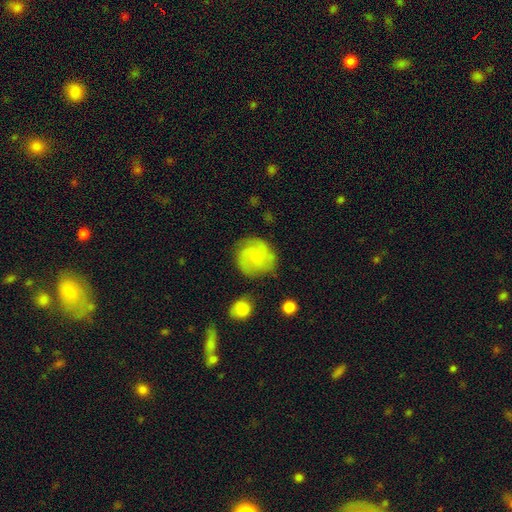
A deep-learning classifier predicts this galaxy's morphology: smooth_or_featured: featured or disk (p=0.69) [alt: smooth p=0.24]
disk_edge_on: no (p=0.98) [alt: yes p=0.02]
bar: no (p=0.52) [alt: weak p=0.42]
has_spiral_arms: yes (p=0.94) [alt: no p=0.06]
spiral_winding: medium (p=0.47) [alt: tight p=0.35]
spiral_arm_count: 2 (p=0.55) [alt: 3 p=0.17]
bulge_size: small (p=0.67) [alt: none p=0.20]
merging: none (p=0.74) [alt: minor disturbance p=0.17]